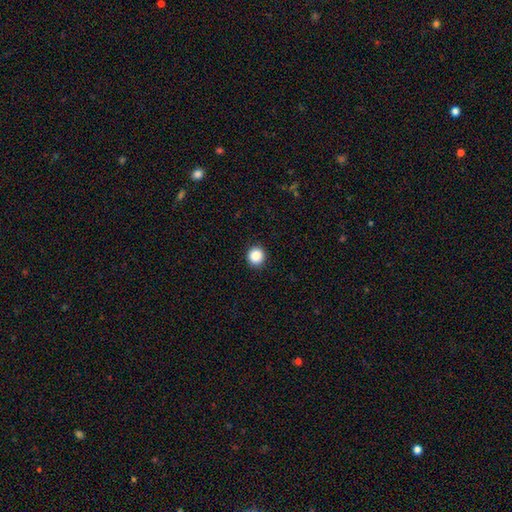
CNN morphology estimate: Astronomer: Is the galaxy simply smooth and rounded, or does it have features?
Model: smooth — 88%.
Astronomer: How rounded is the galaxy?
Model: round — 93%.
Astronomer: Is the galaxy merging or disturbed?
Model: none — 92%.